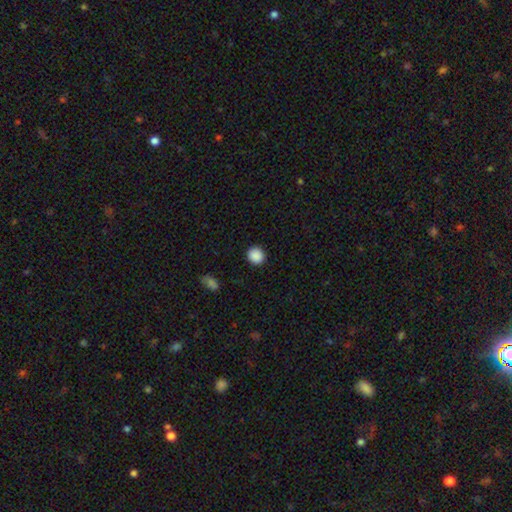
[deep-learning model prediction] This appears to be a smooth galaxy with no disk features (89%) that is round (81%). Merging: none (91%).